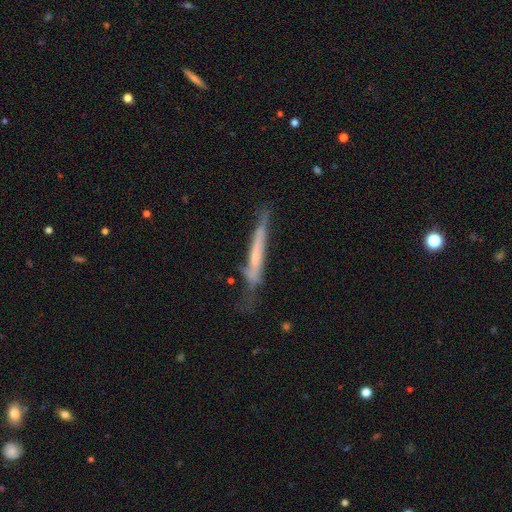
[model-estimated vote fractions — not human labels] The model was most divided on "merging": none: 48%, minor disturbance: 31%, major disturbance: 16%, merger: 4%. More confident: edge-on disk — yes (83%); smooth or featured — featured or disk (55%).